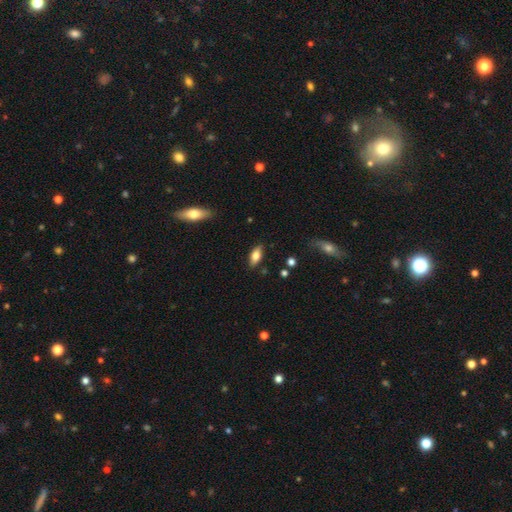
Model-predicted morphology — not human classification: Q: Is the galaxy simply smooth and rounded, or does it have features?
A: smooth — 70%.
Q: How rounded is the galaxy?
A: in between — 83%.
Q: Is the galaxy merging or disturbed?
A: none — 84%.